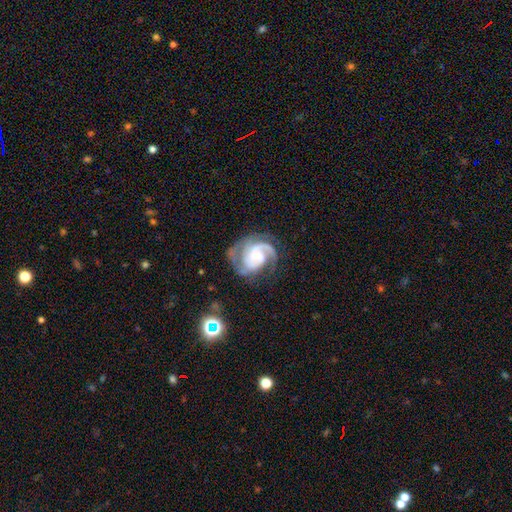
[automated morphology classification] A featured or disk galaxy (91%) with no bar (56%), 2 (54%) medium (47%) spiral arms (98%) and a small central bulge (56%).

Vote fractions:
- Smooth or featured? featured or disk: 91% / smooth: 5% / star or artifact: 4%
- Edge-on disk? no: 98% / yes: 2%
- Bar? no: 56% / weak: 34% / strong: 9%
- Spiral arms? yes: 98% / no: 2%
- Spiral winding? medium: 47% / tight: 43% / loose: 10%
- Spiral arm count? 2: 54% / 3: 25% / can't tell: 8% / 1: 6% / 4: 4% / more than 4: 3%
- Bulge size? small: 56% / moderate: 36% / large: 4% / none: 3% / dominant: 1%
- Merging? none: 63% / minor disturbance: 20% / major disturbance: 15% / merger: 2%